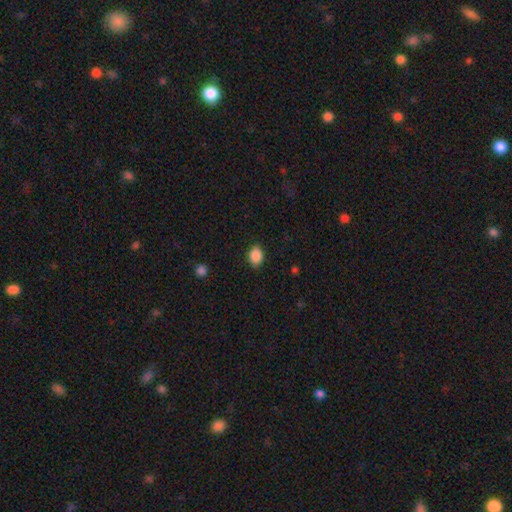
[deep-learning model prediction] A smooth galaxy with no disk features (88%) that is in between round and cigar-shaped (69%).

Vote fractions:
- Smooth or featured? smooth: 88% / star or artifact: 8% / featured or disk: 3%
- How rounded? in between: 69% / round: 30% / cigar-shaped: 1%
- Merging? none: 87% / minor disturbance: 10% / major disturbance: 2% / merger: 1%